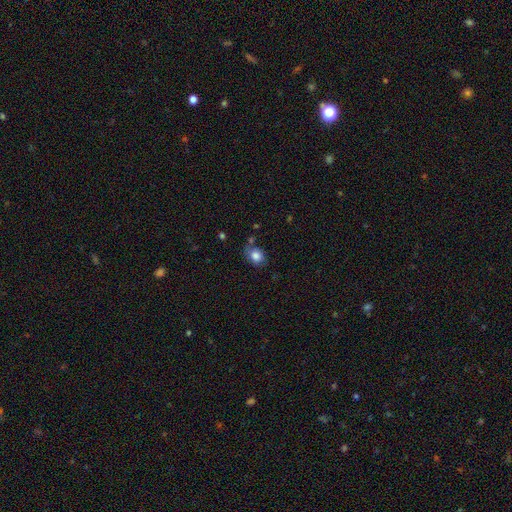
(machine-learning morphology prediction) smooth-or-featured: smooth: 83% | star or artifact: 9% | featured or disk: 7%
  how-rounded: in between: 52% | round: 47% | cigar-shaped: 1%
  merging: none: 61% | minor disturbance: 25% | merger: 7% | major disturbance: 7%